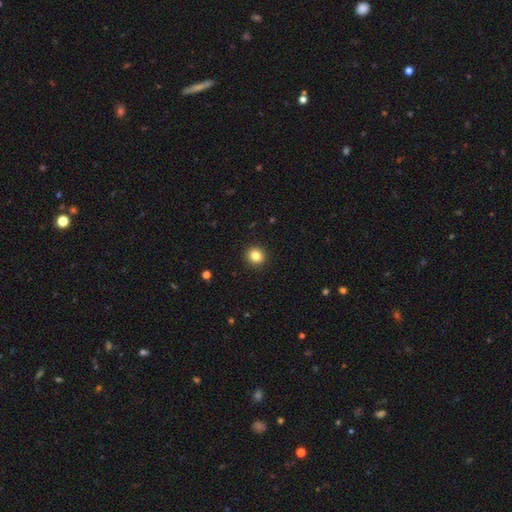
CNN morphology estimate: A smooth galaxy with no disk features (84%) that is round (88%). Merging: none (93%).